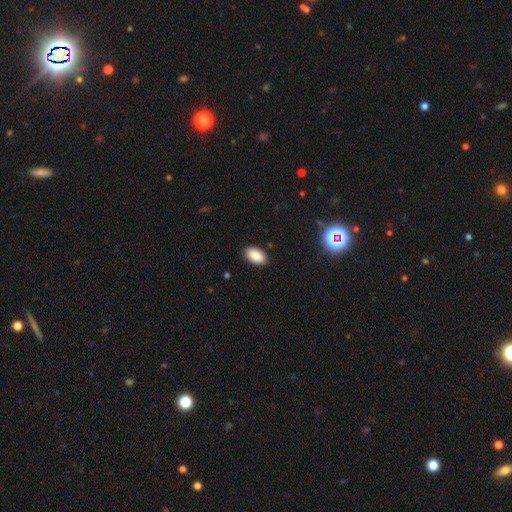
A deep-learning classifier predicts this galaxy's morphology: Smooth or featured? Predicted: smooth (p=0.88). How rounded? Predicted: in between (p=0.94). Merging? Predicted: none (p=0.88).